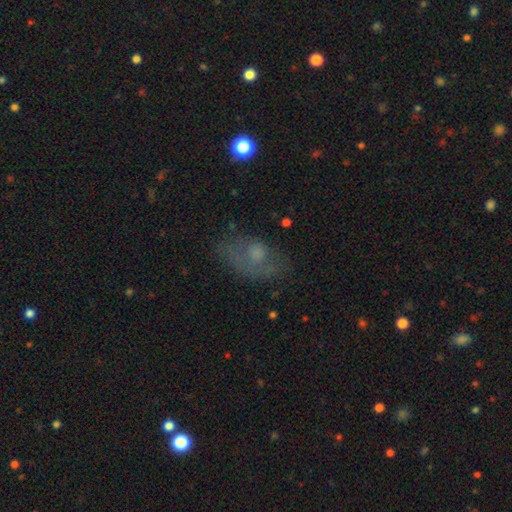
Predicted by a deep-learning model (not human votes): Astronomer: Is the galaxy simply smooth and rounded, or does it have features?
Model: smooth — 50% (runner-up: featured or disk, 36%).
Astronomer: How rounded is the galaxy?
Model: in between — 81%.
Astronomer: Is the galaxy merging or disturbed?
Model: none — 52%.